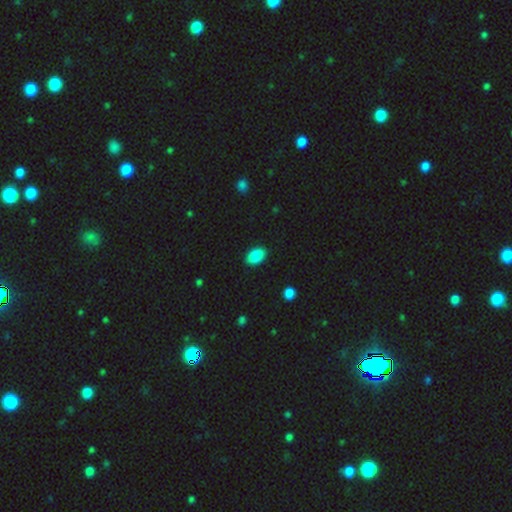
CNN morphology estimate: This appears to be a smooth galaxy with no disk features (88%) that is in between round and cigar-shaped (91%). Merging: none (89%).